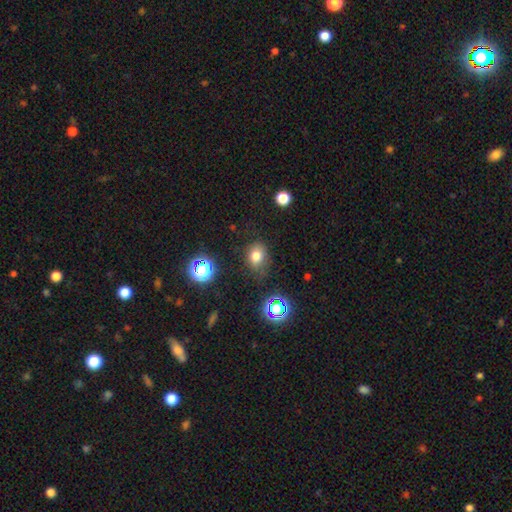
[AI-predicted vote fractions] Smooth or featured? Predicted: smooth (p=0.75). How rounded? Predicted: in between (p=0.51). Merging? Predicted: none (p=0.70).